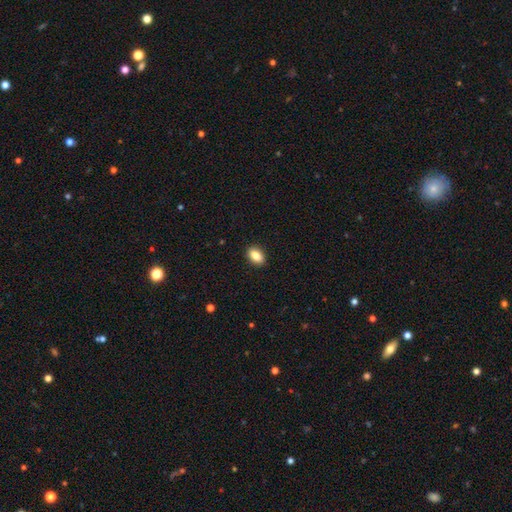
This appears to be a smooth galaxy with no disk features (86%) that is in between round and cigar-shaped (78%). Merging: none (97%).